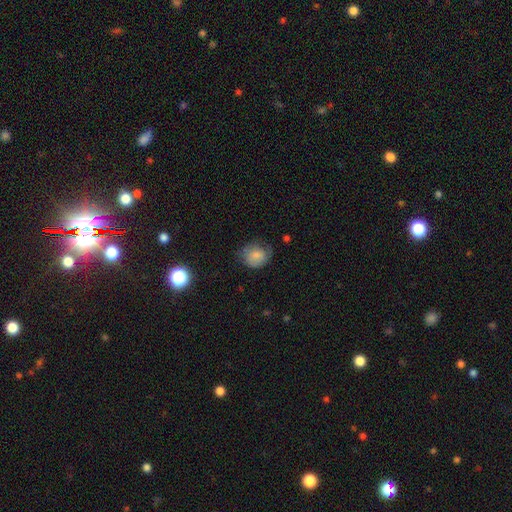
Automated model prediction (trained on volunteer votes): Smooth or featured? Predicted: smooth (p=0.75). How rounded? Predicted: round (p=0.68). Merging? Predicted: none (p=0.53).